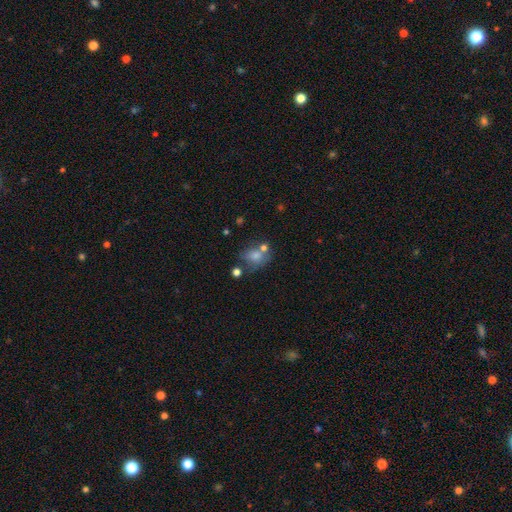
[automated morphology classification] Smooth or featured: smooth — 70% (featured or disk — 18%)
How rounded: in between — 52% (round — 47%)
Merging: none — 42% (merger — 24%)